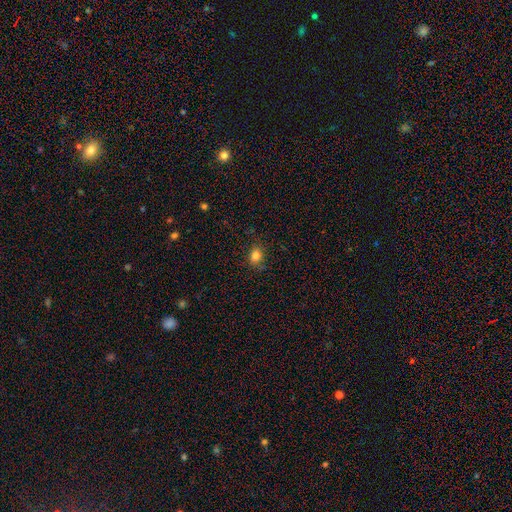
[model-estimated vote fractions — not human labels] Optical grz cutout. It shows a smooth galaxy with no disk features (82%) that is in between round and cigar-shaped (54%). Merging: none (83%).